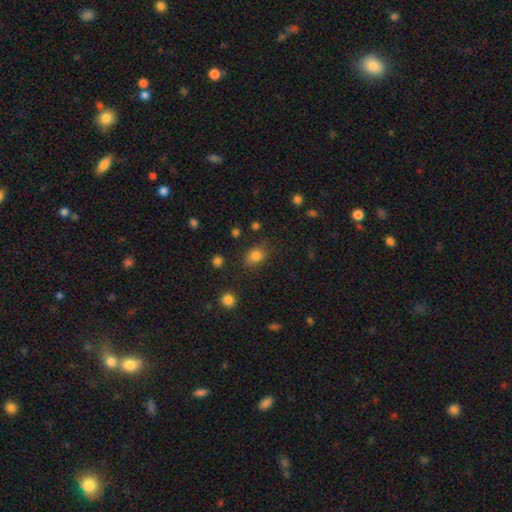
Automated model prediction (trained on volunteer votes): The model was most divided on "how rounded": in between: 56%, round: 43%, cigar-shaped: 1%. More confident: smooth or featured — smooth (81%); merging — none (75%).